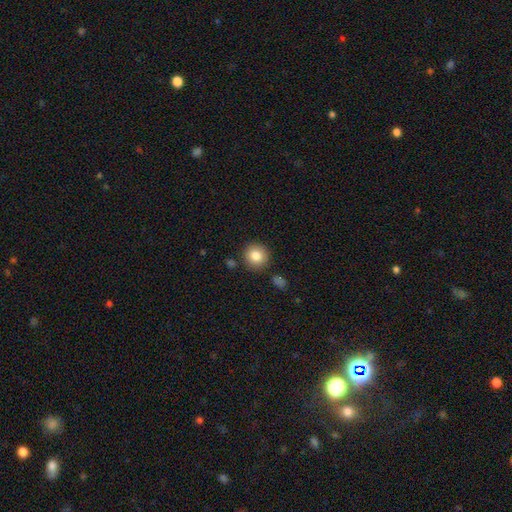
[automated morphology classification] Smooth or featured? Predicted: smooth (p=0.84). How rounded? Predicted: round (p=0.92). Merging? Predicted: none (p=0.87).